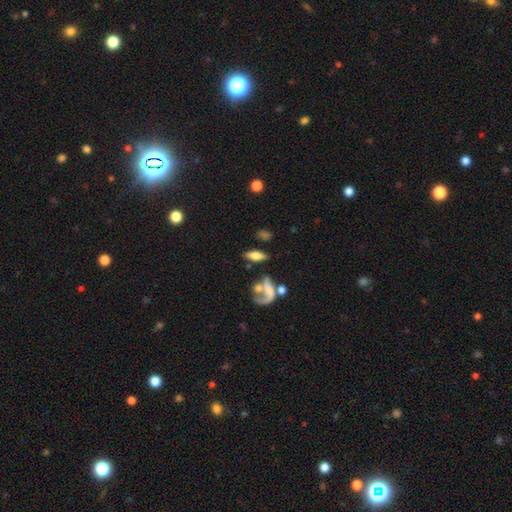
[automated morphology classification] A smooth galaxy with no disk features (58%) that is in between round and cigar-shaped (61%). Merging: none (64%).